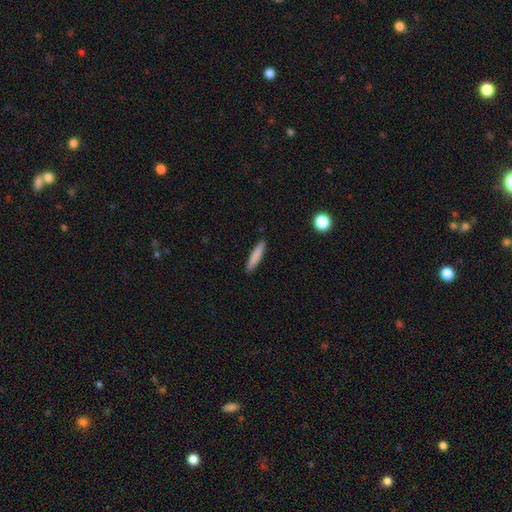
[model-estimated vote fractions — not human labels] smooth-or-featured: smooth: 82% | featured or disk: 12% | star or artifact: 6%
  how-rounded: cigar-shaped: 91% | in between: 7% | round: 1%
  merging: none: 91% | minor disturbance: 7% | major disturbance: 1% | merger: 1%